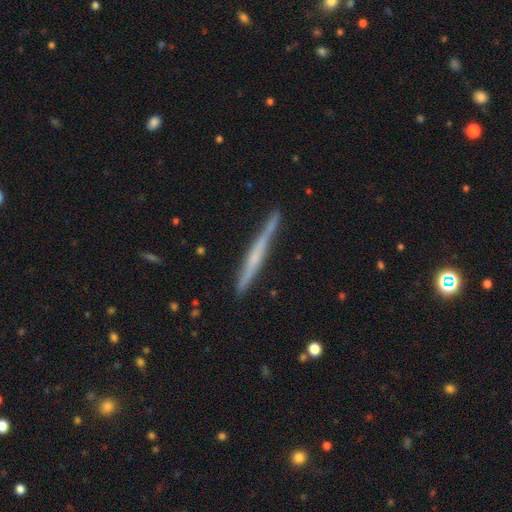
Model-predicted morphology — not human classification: Overall: featured or disk (63%; smooth 31%). Edge-on disk: yes (98%). Edge-on bulge: none (62%; rounded 27%). Merging: none (87%).